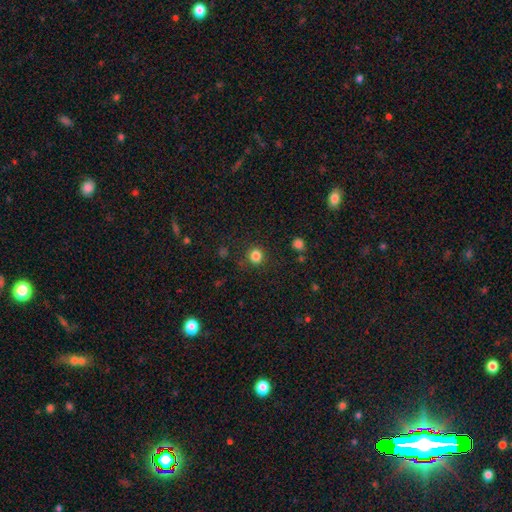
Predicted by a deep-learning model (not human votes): The model was most divided on "smooth or featured": smooth: 83%, star or artifact: 13%, featured or disk: 4%. More confident: how rounded — round (88%); merging — none (86%).